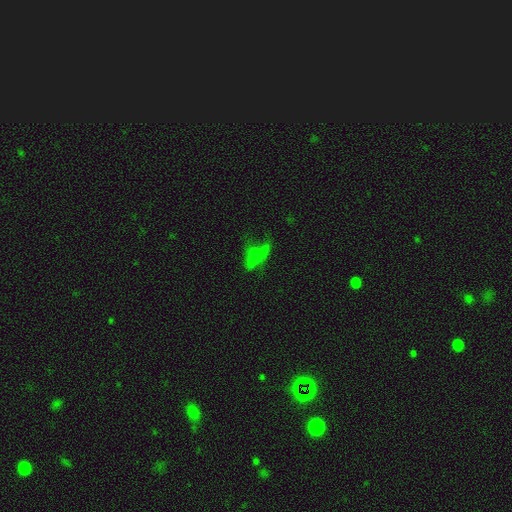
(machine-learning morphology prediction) This appears to be a smooth galaxy with no disk features (54%) that is in between round and cigar-shaped (74%). Merging: none (33%).